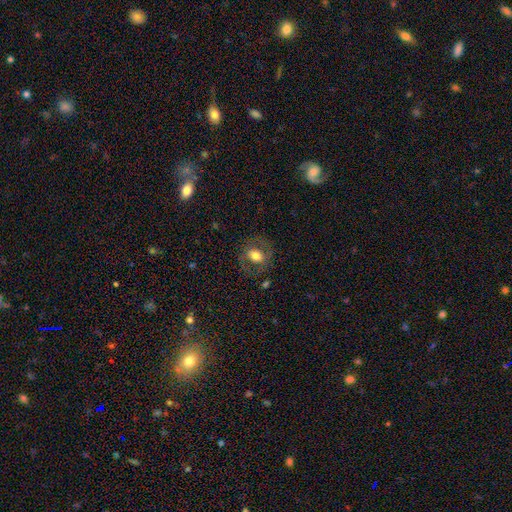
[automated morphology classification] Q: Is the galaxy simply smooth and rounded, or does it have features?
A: smooth — 57%.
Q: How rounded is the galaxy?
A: in between — 50%.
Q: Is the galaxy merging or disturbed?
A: none — 76%.